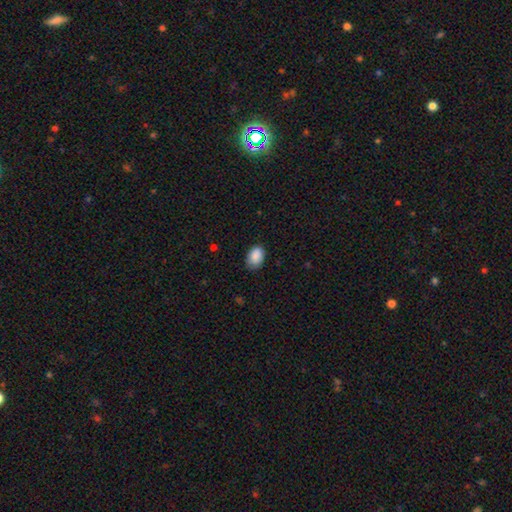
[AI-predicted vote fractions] Smooth or featured: smooth — 89% (star or artifact — 7%)
How rounded: in between — 85% (round — 14%)
Merging: none — 78% (minor disturbance — 18%)